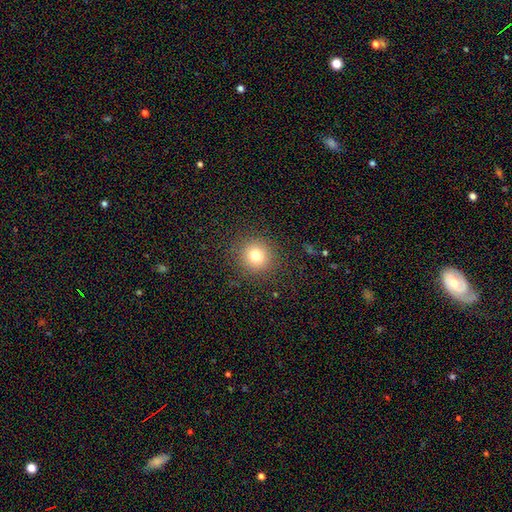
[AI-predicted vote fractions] smooth 77%, star or artifact 14%, featured or disk 9%. Down the decision tree: how rounded — round (92%); merging — none (89%).